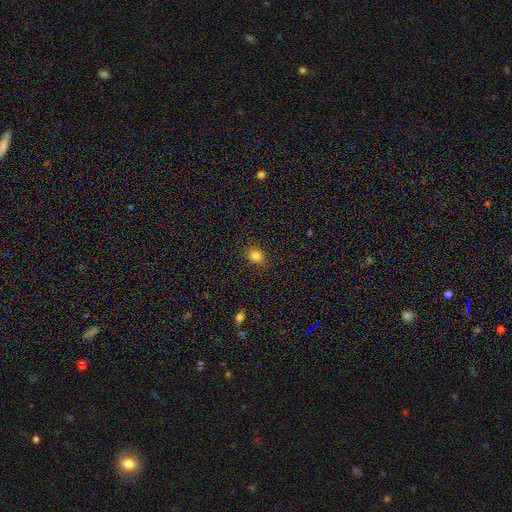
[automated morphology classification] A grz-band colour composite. It shows a smooth galaxy with no disk features (82%) that is round (59%). Merging: none (87%).